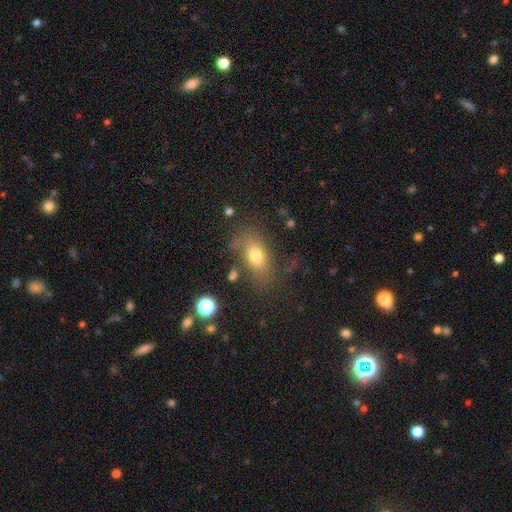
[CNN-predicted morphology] smooth 69%, featured or disk 18%, star or artifact 13%. Down the decision tree: how rounded — in between (80%); merging — none (64%).